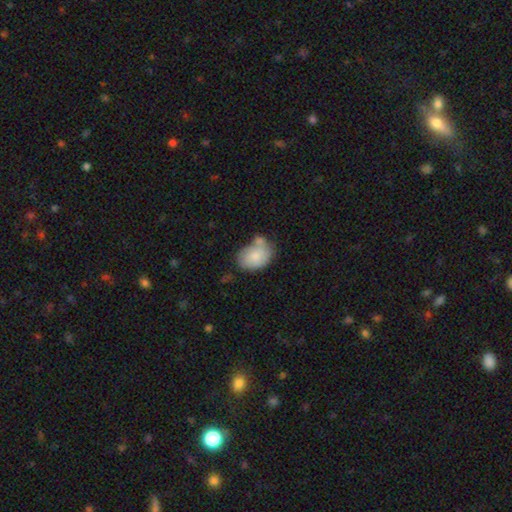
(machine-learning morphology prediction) Q: Smooth or featured?
A: smooth (78%); runner-up: featured or disk (16%)
Q: How rounded?
A: in between (77%); runner-up: round (22%)
Q: Merging?
A: none (43%); runner-up: merger (27%)